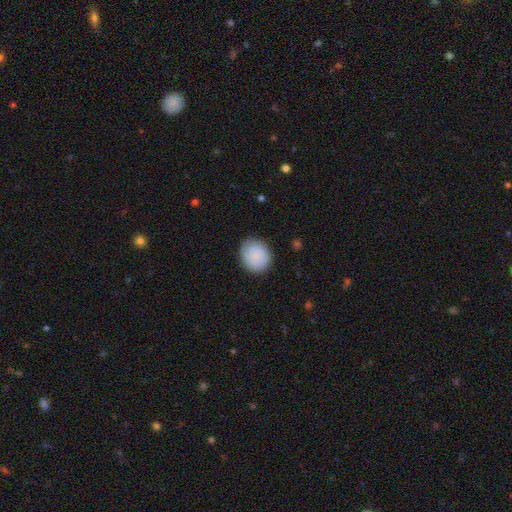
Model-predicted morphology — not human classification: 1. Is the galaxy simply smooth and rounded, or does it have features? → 82% smooth, 11% featured or disk, 7% star or artifact.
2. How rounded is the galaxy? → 73% round, 26% in between, 1% cigar-shaped.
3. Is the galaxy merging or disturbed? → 79% none, 16% minor disturbance, 4% major disturbance, 1% merger.